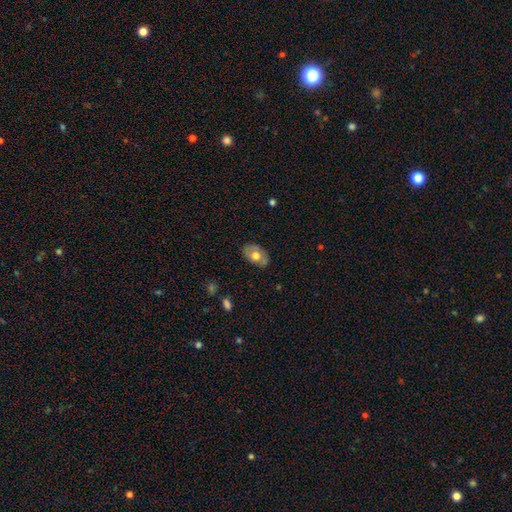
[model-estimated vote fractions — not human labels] smooth_or_featured: smooth (p=0.58) [alt: featured or disk p=0.36]
how_rounded: in between (p=0.86) [alt: round p=0.13]
merging: none (p=0.77) [alt: minor disturbance p=0.18]